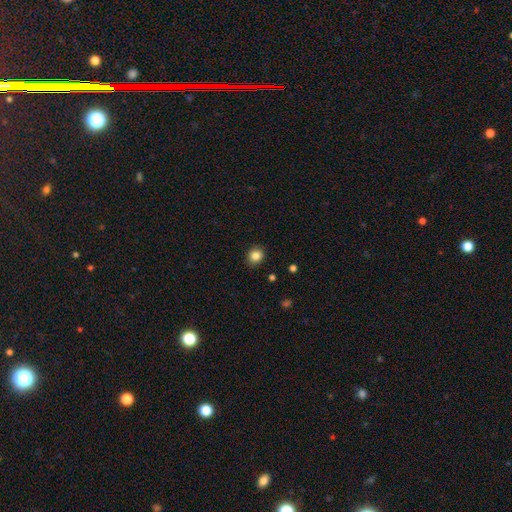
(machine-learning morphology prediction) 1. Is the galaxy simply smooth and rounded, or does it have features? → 84% smooth, 11% star or artifact, 5% featured or disk.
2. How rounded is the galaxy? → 78% round, 21% in between, 1% cigar-shaped.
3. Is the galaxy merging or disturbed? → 89% none, 8% minor disturbance, 2% major disturbance, 1% merger.